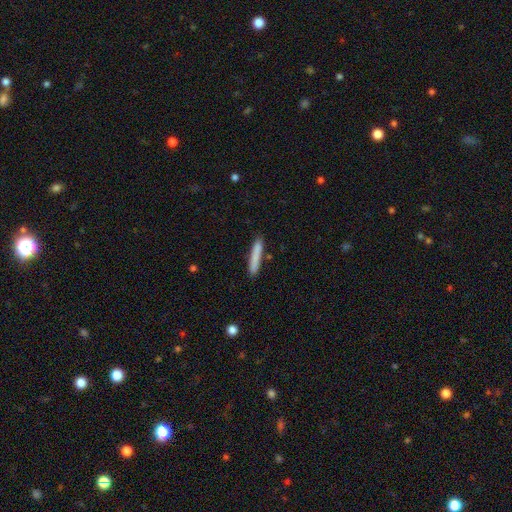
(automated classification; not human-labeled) smooth 82%, featured or disk 12%, star or artifact 6%. Down the decision tree: how rounded — cigar-shaped (94%); merging — none (87%).